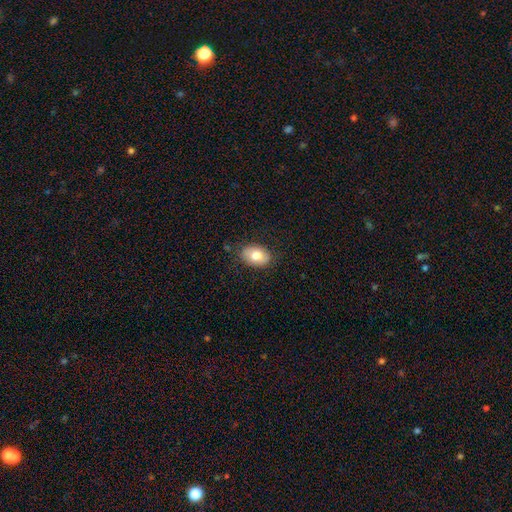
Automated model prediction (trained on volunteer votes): Smooth or featured? smooth (78%)
How rounded? in between (83%)
Merging? none (82%)